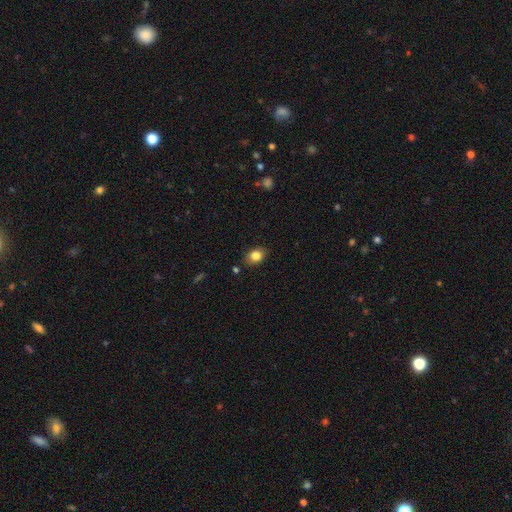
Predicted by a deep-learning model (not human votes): Smooth or featured: smooth — 82% (star or artifact — 10%)
How rounded: in between — 67% (round — 32%)
Merging: none — 83% (minor disturbance — 12%)